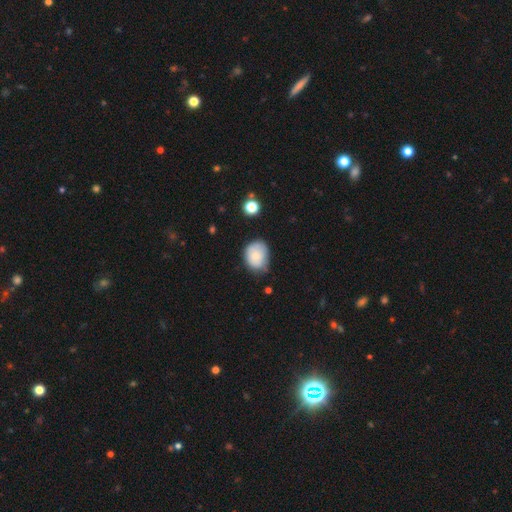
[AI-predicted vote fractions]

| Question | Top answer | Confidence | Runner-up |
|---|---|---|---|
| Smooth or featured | smooth | 79% | featured or disk (13%) |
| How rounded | in between | 53% | round (47%) |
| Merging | none | 53% | minor disturbance (35%) |